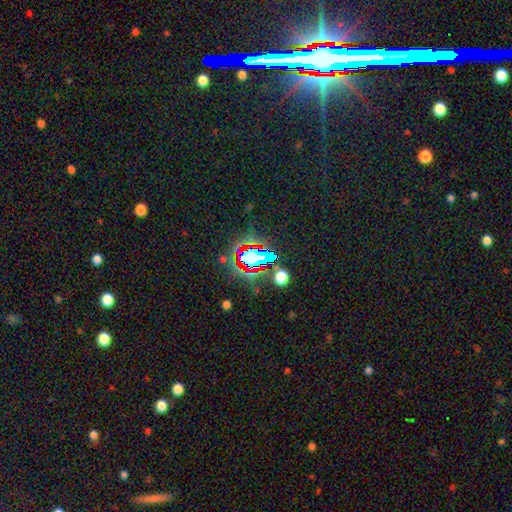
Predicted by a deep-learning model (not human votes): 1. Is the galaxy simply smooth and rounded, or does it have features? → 61% star or artifact, 23% smooth, 15% featured or disk.